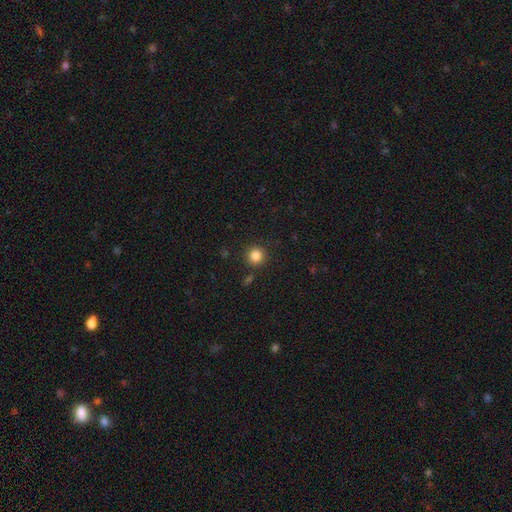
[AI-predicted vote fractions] smooth 84%, star or artifact 11%, featured or disk 4%. Down the decision tree: how rounded — round (93%); merging — none (87%).